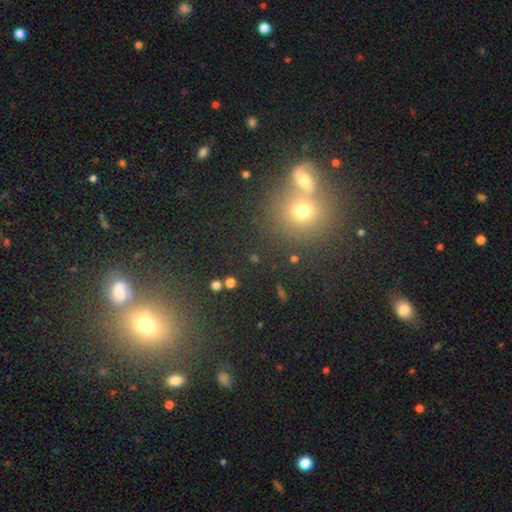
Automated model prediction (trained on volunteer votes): This is possibly a smooth galaxy (52%). How rounded: clearly round (83%). Merging: likely none (60%).